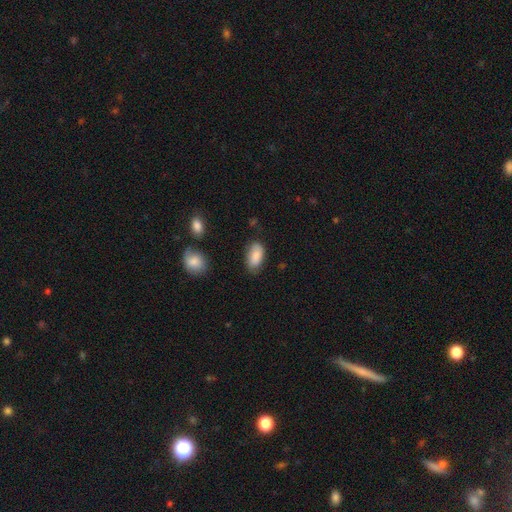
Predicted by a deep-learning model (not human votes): Overall: smooth (85%). How rounded: in between (94%). Merging: none (74%).